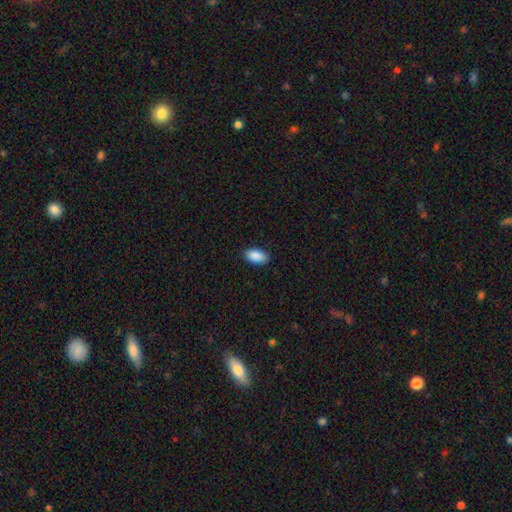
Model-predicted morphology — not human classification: smooth_or_featured: smooth (p=0.91) [alt: star or artifact p=0.06]
how_rounded: in between (p=0.94) [alt: cigar-shaped p=0.03]
merging: none (p=0.89) [alt: minor disturbance p=0.08]